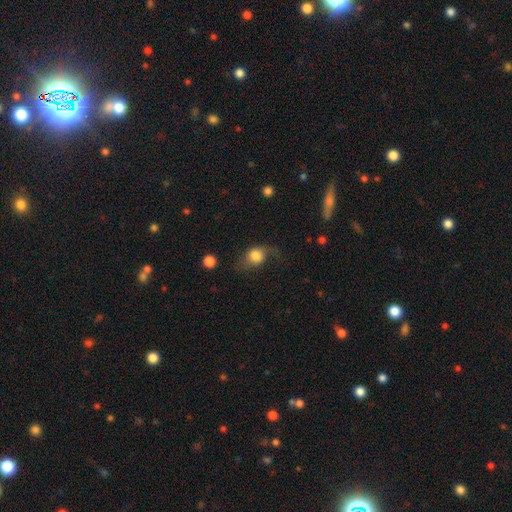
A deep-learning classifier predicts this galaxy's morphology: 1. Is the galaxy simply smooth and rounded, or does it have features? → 65% smooth, 26% featured or disk, 8% star or artifact.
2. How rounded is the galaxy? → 50% in between, 48% round, 2% cigar-shaped.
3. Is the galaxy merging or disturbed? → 40% none, 29% major disturbance, 28% minor disturbance, 3% merger.